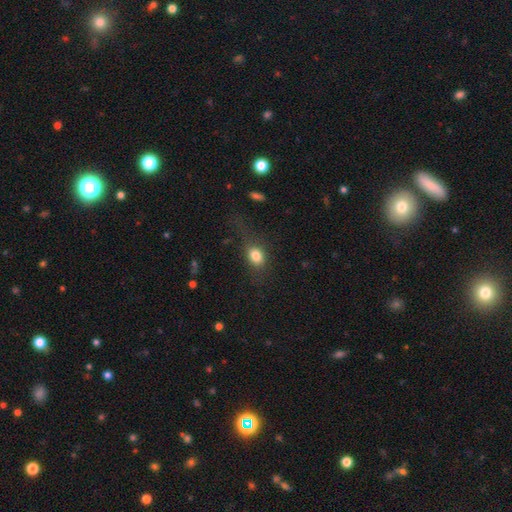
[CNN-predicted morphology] This is clearly a smooth galaxy (80%). How rounded: possibly in between (60%). Merging: possibly none (58%).